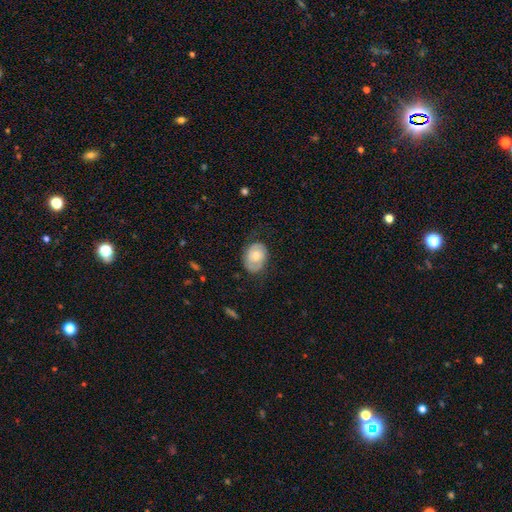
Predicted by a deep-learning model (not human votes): Overall: smooth (48%; featured or disk 45%). Merging: none (70%).